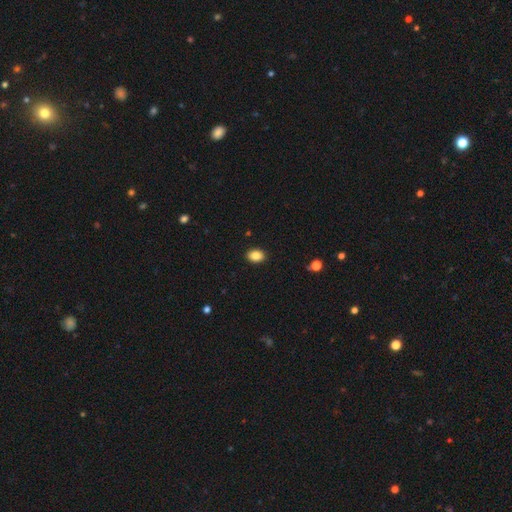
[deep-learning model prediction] Overall: smooth (87%). How rounded: in between (73%). Merging: none (90%).